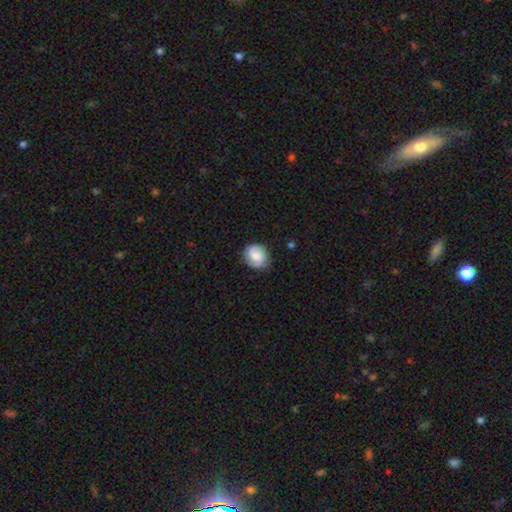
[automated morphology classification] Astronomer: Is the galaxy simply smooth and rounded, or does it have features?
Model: smooth — 70%.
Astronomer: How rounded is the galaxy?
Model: round — 72%.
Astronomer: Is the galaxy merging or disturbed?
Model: none — 81%.